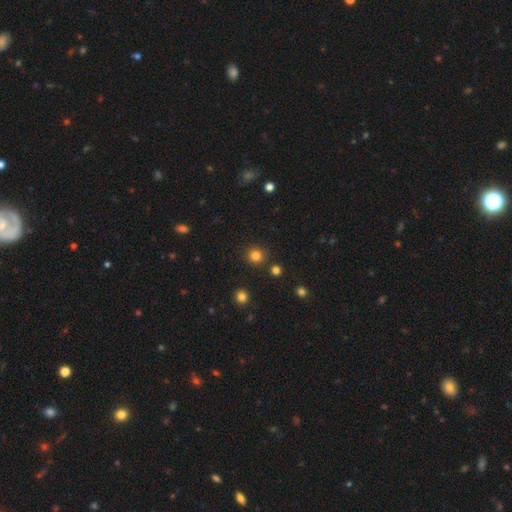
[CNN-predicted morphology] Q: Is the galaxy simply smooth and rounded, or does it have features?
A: smooth — 81%.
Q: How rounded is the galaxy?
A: round — 93%.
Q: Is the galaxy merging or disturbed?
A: none — 89%.